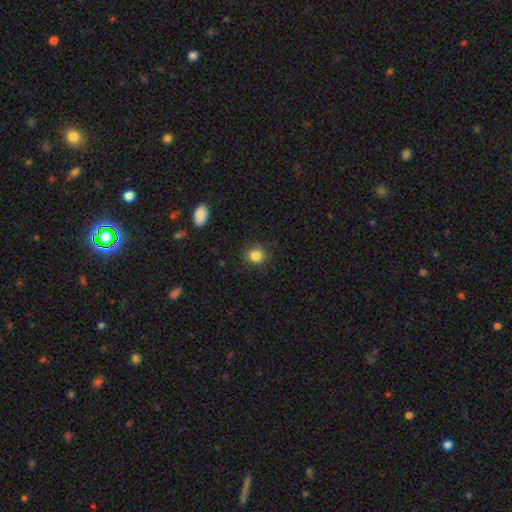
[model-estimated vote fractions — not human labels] Q: Smooth or featured?
A: smooth (84%); runner-up: star or artifact (11%)
Q: How rounded?
A: round (85%); runner-up: in between (14%)
Q: Merging?
A: none (84%); runner-up: minor disturbance (12%)